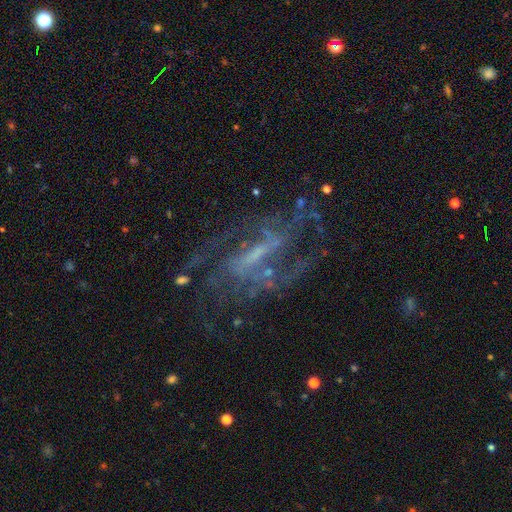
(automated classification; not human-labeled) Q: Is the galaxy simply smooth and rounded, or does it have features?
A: featured or disk — 80%.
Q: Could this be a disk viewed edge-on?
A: no — 91%.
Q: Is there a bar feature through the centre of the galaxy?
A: strong — 41%.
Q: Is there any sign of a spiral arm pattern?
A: yes — 85%.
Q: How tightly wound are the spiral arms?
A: medium — 45%.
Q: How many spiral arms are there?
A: can't tell — 35%.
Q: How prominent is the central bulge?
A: small — 39%.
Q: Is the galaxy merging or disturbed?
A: none — 60%.